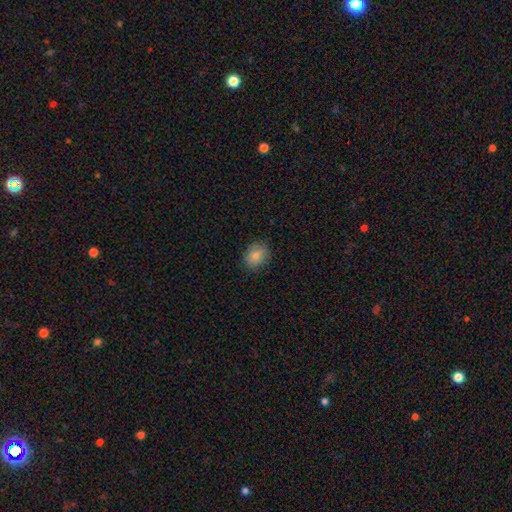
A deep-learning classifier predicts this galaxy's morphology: Smooth or featured?
  - smooth: 84% *
  - star or artifact: 9%
  - featured or disk: 7%
How rounded?
  - round: 55% *
  - in between: 44%
  - cigar-shaped: 1%
Merging?
  - none: 85% *
  - minor disturbance: 11%
  - major disturbance: 3%
  - merger: 1%